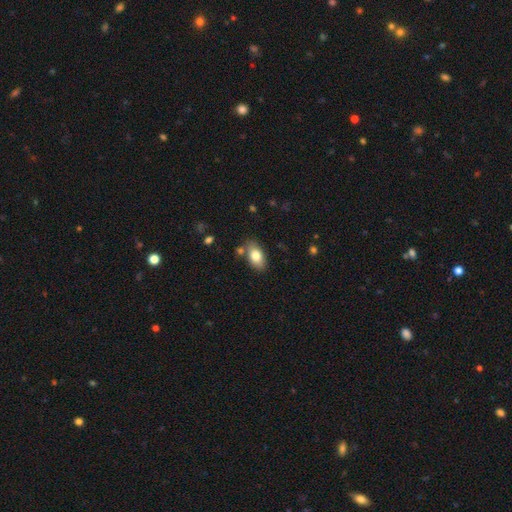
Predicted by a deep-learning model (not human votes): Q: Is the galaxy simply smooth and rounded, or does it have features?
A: smooth — 80%.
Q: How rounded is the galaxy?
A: in between — 92%.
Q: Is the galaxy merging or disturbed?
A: none — 77%.